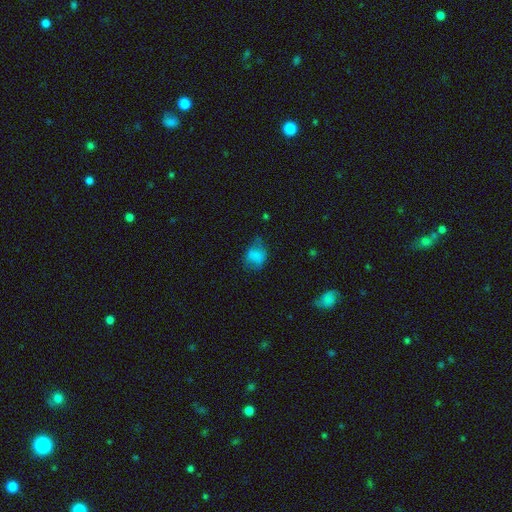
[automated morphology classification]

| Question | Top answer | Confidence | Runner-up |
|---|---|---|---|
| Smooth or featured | smooth | 72% | featured or disk (16%) |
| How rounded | in between | 61% | round (38%) |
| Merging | none | 49% | minor disturbance (30%) |